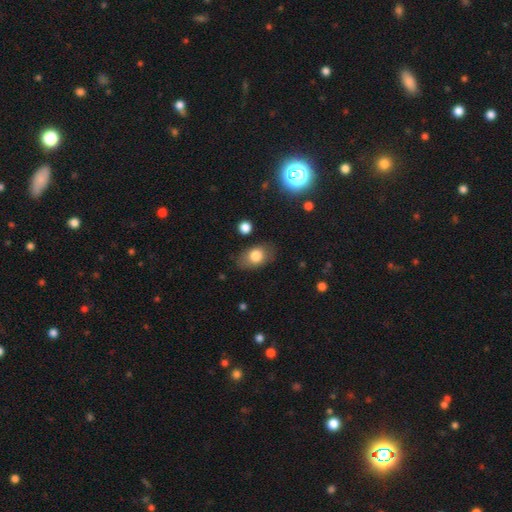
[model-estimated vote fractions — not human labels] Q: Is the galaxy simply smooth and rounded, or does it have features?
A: smooth — 77%.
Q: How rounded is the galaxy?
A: in between — 79%.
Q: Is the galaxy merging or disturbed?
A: none — 75%.